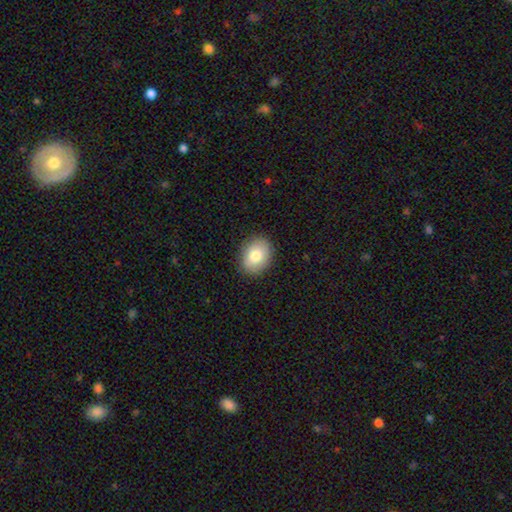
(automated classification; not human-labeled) Smooth or featured? smooth (78%)
How rounded? in between (63%)
Merging? none (87%)